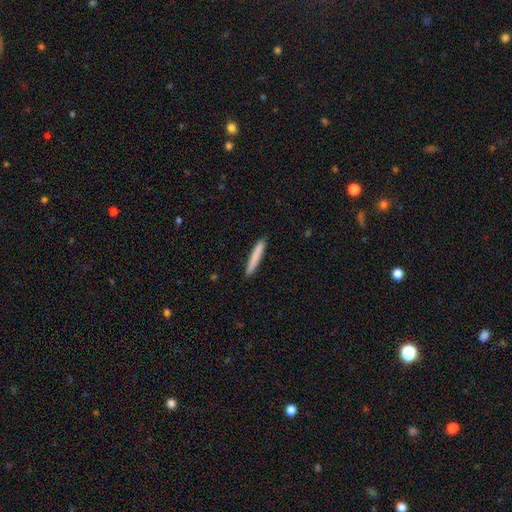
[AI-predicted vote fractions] A smooth galaxy with no disk features (80%) that is cigar-shaped (96%).

Vote fractions:
- Smooth or featured? smooth: 80% / featured or disk: 14% / star or artifact: 6%
- How rounded? cigar-shaped: 96% / in between: 3% / round: 1%
- Merging? none: 91% / minor disturbance: 6% / major disturbance: 1% / merger: 1%